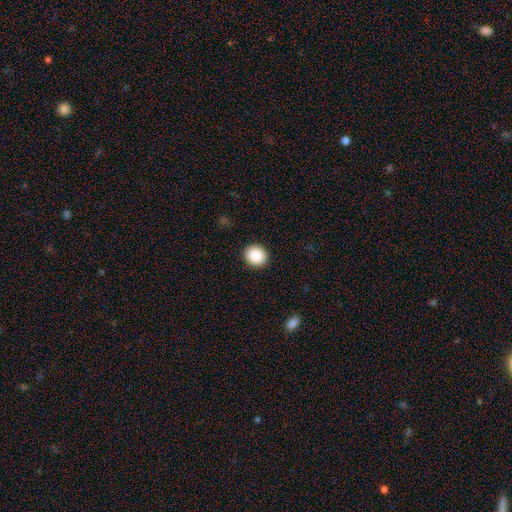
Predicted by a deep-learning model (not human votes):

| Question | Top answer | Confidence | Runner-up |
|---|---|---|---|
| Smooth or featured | smooth | 89% | star or artifact (8%) |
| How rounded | round | 84% | in between (15%) |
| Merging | none | 92% | minor disturbance (5%) |